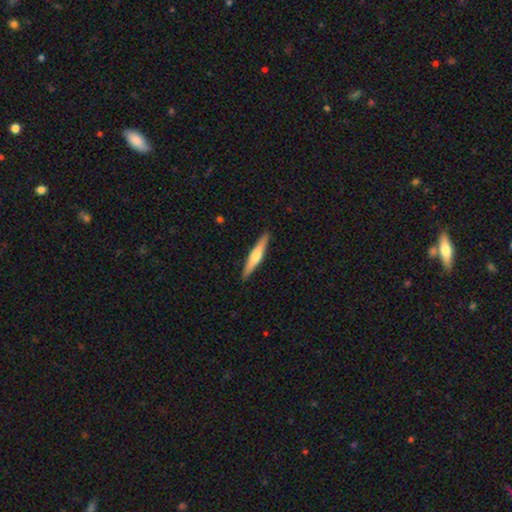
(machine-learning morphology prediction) smooth_or_featured: featured or disk (p=0.50) [alt: smooth p=0.45]
disk_edge_on: yes (p=0.96) [alt: no p=0.04]
merging: none (p=0.91) [alt: minor disturbance p=0.07]